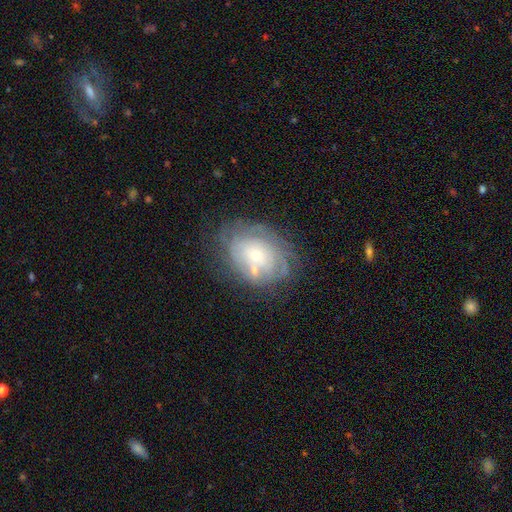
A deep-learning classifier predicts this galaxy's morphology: smooth-or-featured: featured or disk: 67% | smooth: 24% | star or artifact: 9%
  disk-edge-on: no: 96% | yes: 4%
    bar: no: 80% | weak: 16% | strong: 4%
    has-spiral-arms: yes: 73% | no: 27%
    bulge-size: small: 60% | moderate: 32% | large: 4% | none: 2% | dominant: 1%
  merging: none: 61% | minor disturbance: 21% | major disturbance: 11% | merger: 7%